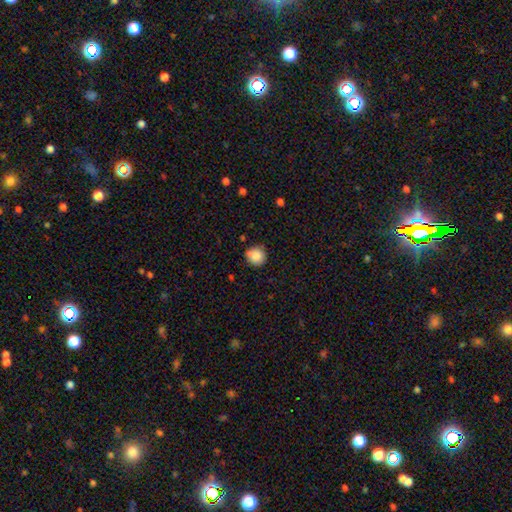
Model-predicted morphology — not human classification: Overall: smooth (86%). How rounded: round (89%). Merging: none (76%).